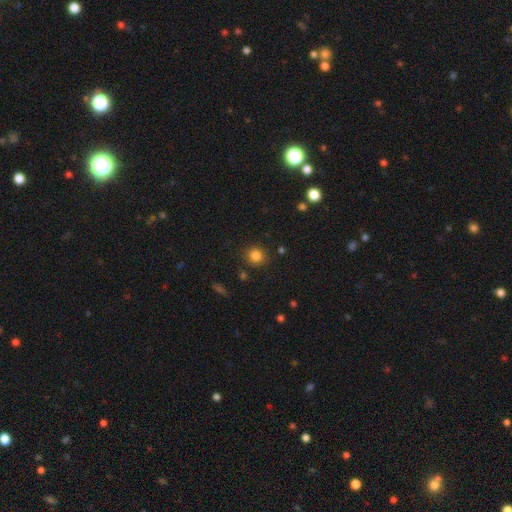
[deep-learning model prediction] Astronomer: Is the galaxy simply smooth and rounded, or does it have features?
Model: smooth — 82%.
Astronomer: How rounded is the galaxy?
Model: round — 90%.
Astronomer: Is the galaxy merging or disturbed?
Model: none — 88%.